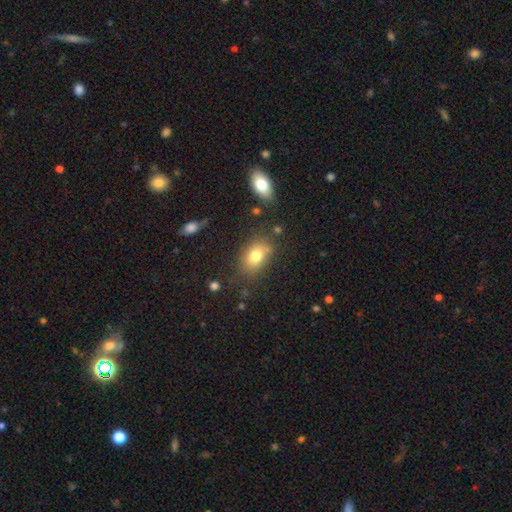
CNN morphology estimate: Smooth or featured? smooth (78%)
How rounded? in between (79%)
Merging? none (74%)